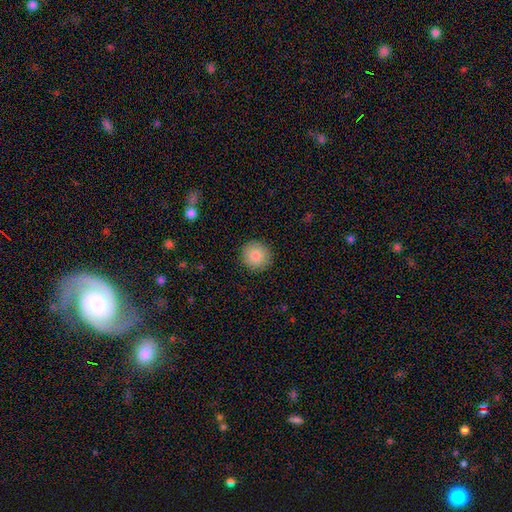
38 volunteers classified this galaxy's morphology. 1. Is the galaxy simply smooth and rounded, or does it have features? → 79% smooth, 13% featured or disk, 8% star or artifact.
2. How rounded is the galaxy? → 100% round, 0% in between, 0% cigar-shaped.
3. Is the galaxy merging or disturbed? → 97% none, 3% major disturbance, 0% minor disturbance, 0% merger.